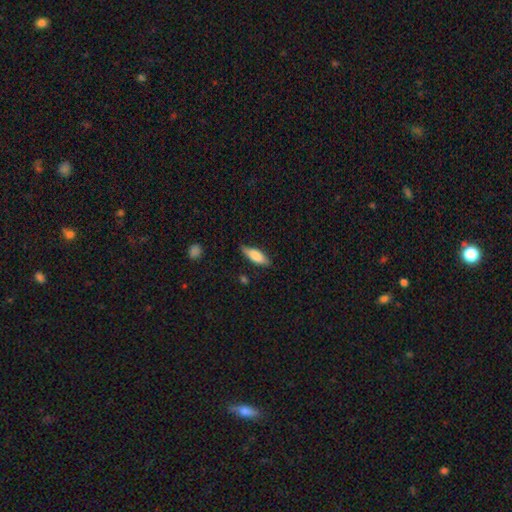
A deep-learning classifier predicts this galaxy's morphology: smooth_or_featured: smooth (p=0.78) [alt: featured or disk p=0.16]
how_rounded: in between (p=0.61) [alt: cigar-shaped p=0.37]
merging: none (p=0.76) [alt: minor disturbance p=0.19]